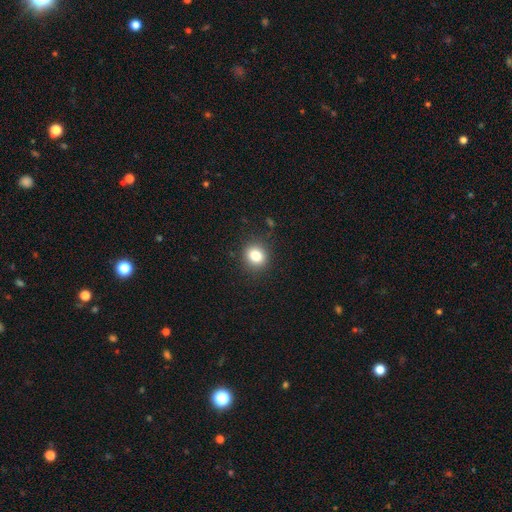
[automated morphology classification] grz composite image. It shows a smooth galaxy with no disk features (83%) that is round (74%). Merging: none (89%).